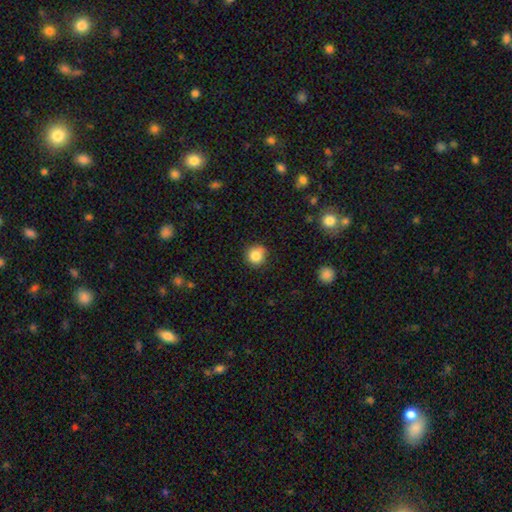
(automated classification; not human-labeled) Overall: smooth (84%). How rounded: round (92%). Merging: none (83%).